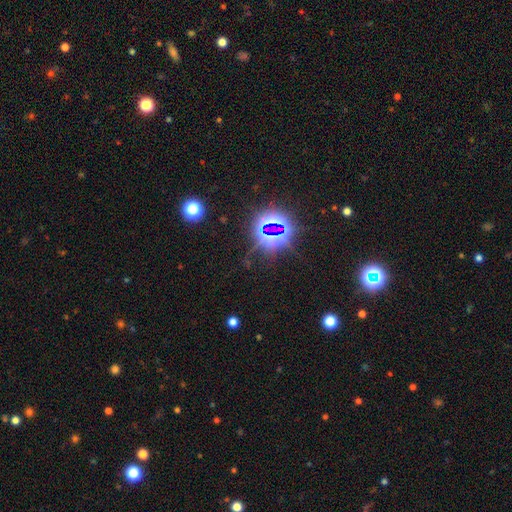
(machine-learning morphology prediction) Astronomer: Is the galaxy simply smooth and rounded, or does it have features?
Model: star or artifact — 80%.